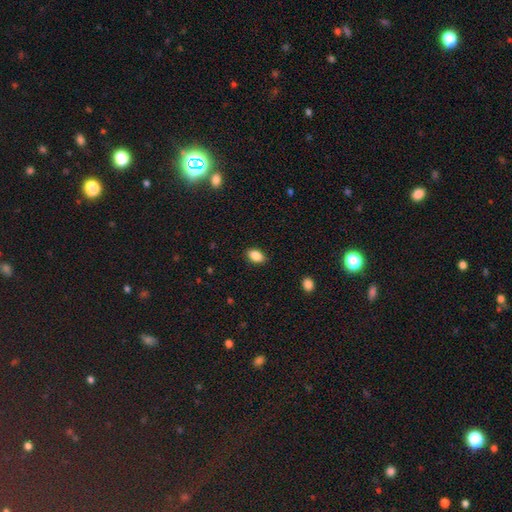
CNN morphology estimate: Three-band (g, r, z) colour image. It shows a smooth galaxy with no disk features (87%) that is in between round and cigar-shaped (89%). Merging: none (87%).